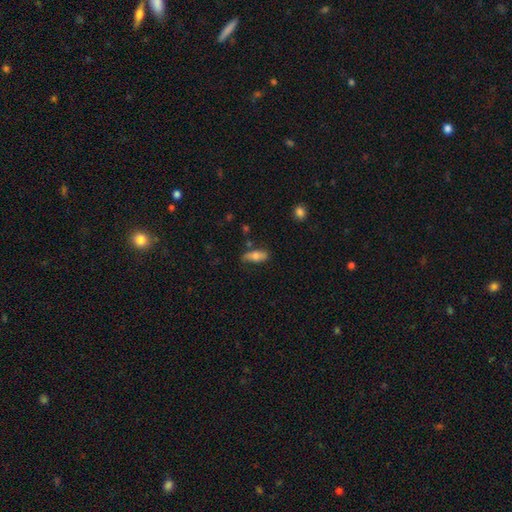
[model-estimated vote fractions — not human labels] The model was most divided on "merging": none: 59%, minor disturbance: 29%, major disturbance: 8%, merger: 4%. More confident: how rounded — in between (77%); smooth or featured — smooth (71%).